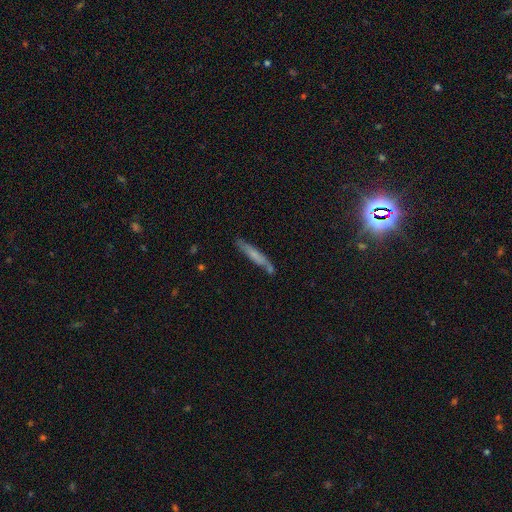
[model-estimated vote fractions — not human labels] smooth 55%, featured or disk 37%, star or artifact 9%. Down the decision tree: how rounded — cigar-shaped (93%); merging — none (75%).